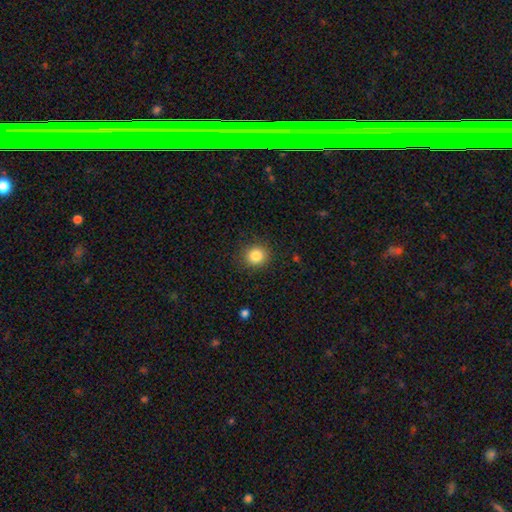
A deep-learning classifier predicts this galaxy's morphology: Overall: smooth (84%). How rounded: round (86%). Merging: none (89%).